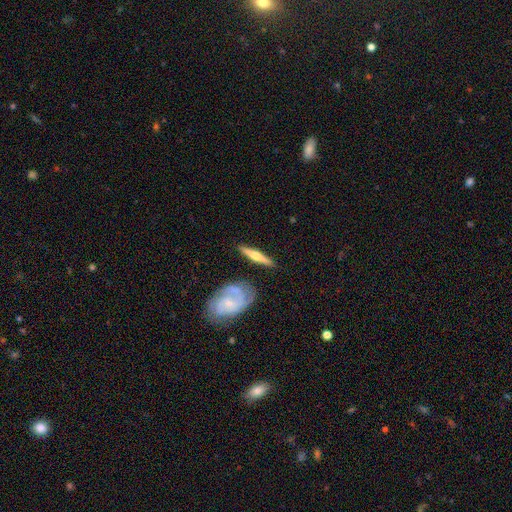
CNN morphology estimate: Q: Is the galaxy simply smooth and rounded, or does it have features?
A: featured or disk — 64%.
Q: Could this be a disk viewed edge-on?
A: yes — 91%.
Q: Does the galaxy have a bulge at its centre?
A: rounded — 88%.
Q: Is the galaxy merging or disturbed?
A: none — 80%.